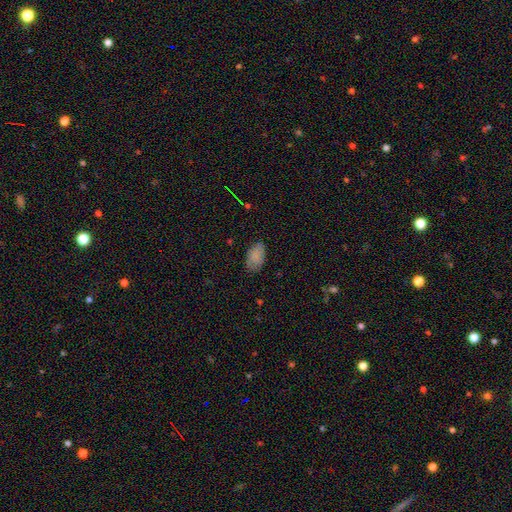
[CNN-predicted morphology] Overall: smooth (83%). How rounded: in between (93%). Merging: none (77%).